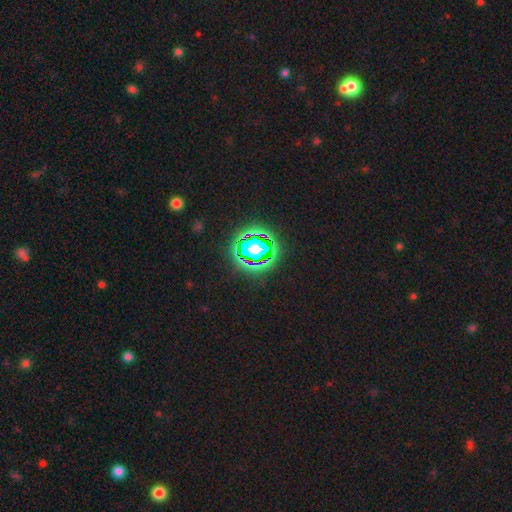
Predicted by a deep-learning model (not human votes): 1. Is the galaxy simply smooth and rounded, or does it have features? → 81% star or artifact, 13% smooth, 6% featured or disk.